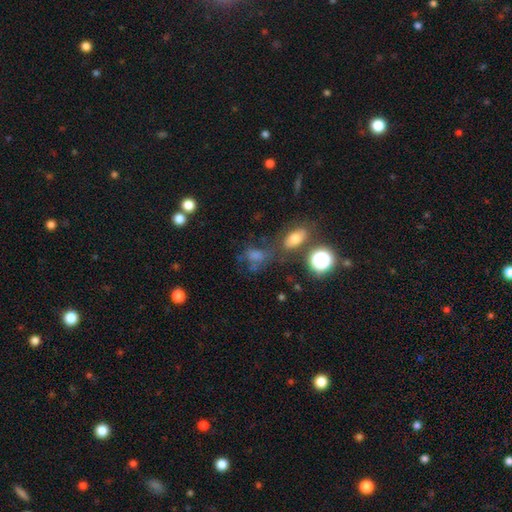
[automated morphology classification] Overall: smooth (63%). How rounded: in between (63%; round 33%). Merging: none (44%; minor disturbance 21%).